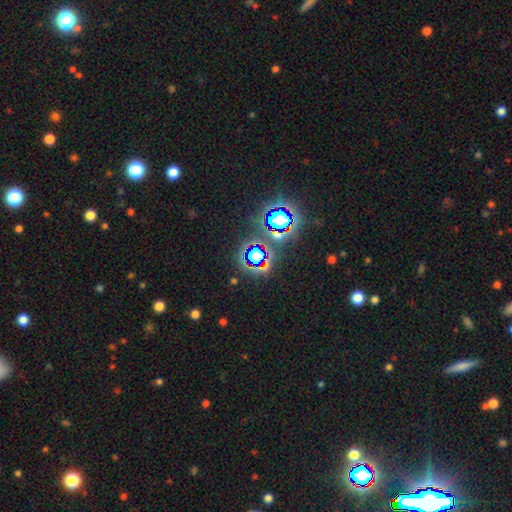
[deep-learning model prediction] A star or artifact, not a galaxy (67%).

Vote fractions:
- Smooth or featured? star or artifact: 67% / smooth: 22% / featured or disk: 11%